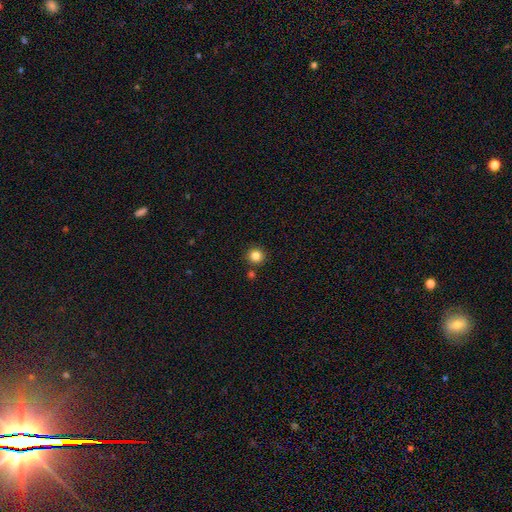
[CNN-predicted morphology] A smooth galaxy with no disk features (84%) that is round (94%). Merging: none (86%).